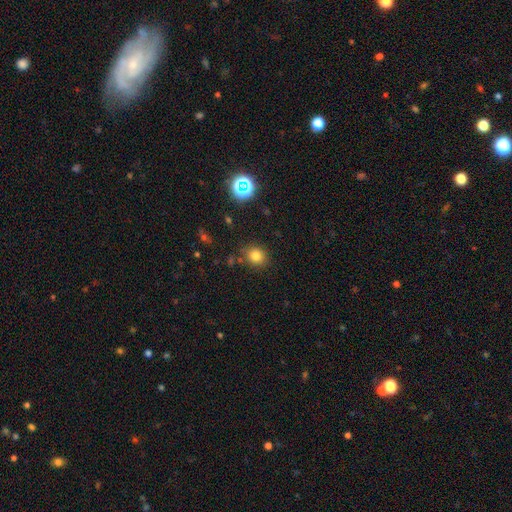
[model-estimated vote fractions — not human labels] Morphology: type=smooth (78%); roundness=round (74%); merging=none (82%).